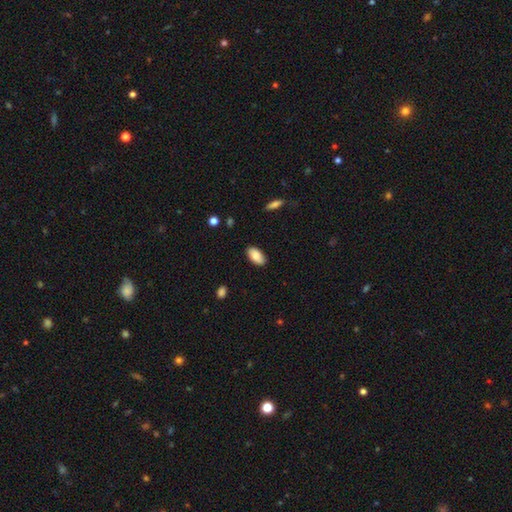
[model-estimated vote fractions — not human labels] A smooth galaxy with no disk features (85%) that is in between round and cigar-shaped (94%).

Vote fractions:
- Smooth or featured? smooth: 85% / featured or disk: 9% / star or artifact: 6%
- How rounded? in between: 94% / cigar-shaped: 3% / round: 2%
- Merging? none: 88% / minor disturbance: 9% / major disturbance: 2% / merger: 1%